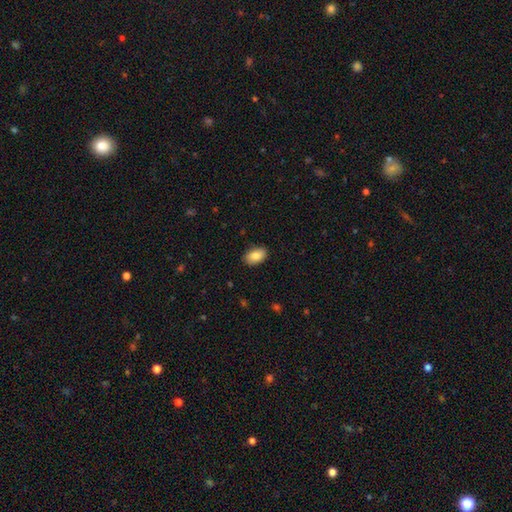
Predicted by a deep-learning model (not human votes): Q: Smooth or featured?
A: smooth (85%); runner-up: featured or disk (8%)
Q: How rounded?
A: in between (92%); runner-up: round (7%)
Q: Merging?
A: none (88%); runner-up: minor disturbance (9%)